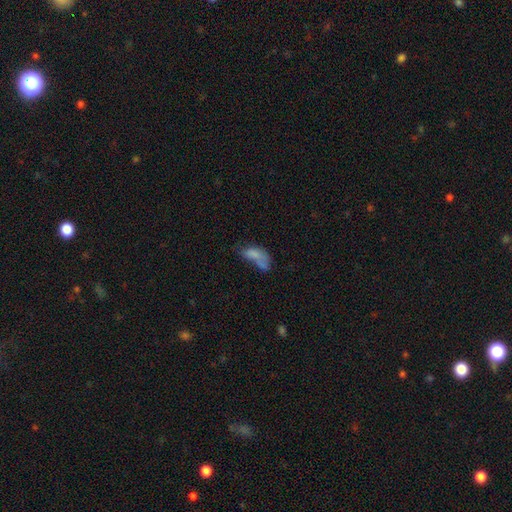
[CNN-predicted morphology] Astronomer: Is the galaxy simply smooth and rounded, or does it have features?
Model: smooth — 67%.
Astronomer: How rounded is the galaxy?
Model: in between — 86%.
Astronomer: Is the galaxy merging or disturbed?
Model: merger — 36% (runner-up: major disturbance, 28%).